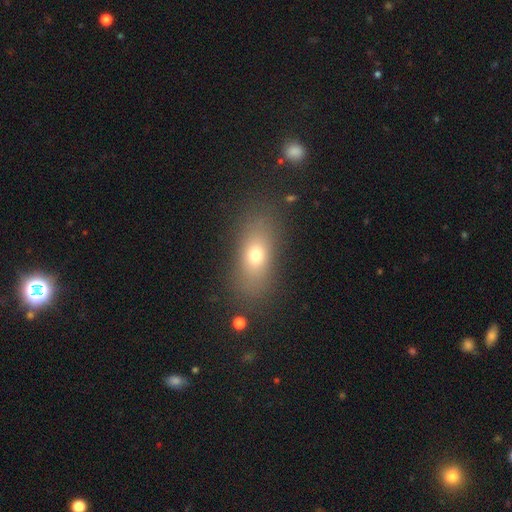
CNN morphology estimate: Smooth or featured: smooth — 68% (featured or disk — 19%)
How rounded: in between — 72% (cigar-shaped — 16%)
Merging: none — 81% (minor disturbance — 11%)